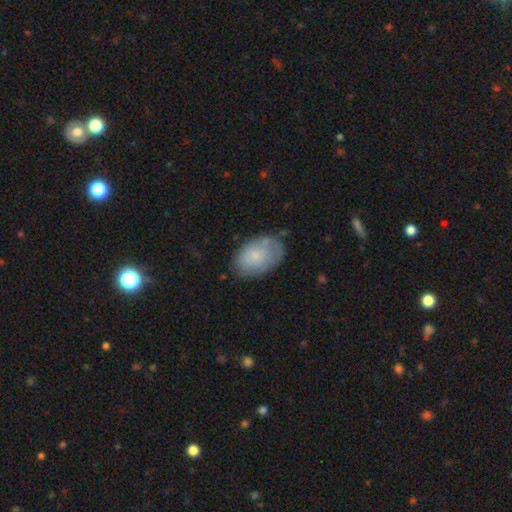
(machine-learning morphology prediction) smooth_or_featured: smooth (p=0.69) [alt: featured or disk p=0.24]
how_rounded: in between (p=0.88) [alt: round p=0.11]
merging: none (p=0.62) [alt: minor disturbance p=0.27]